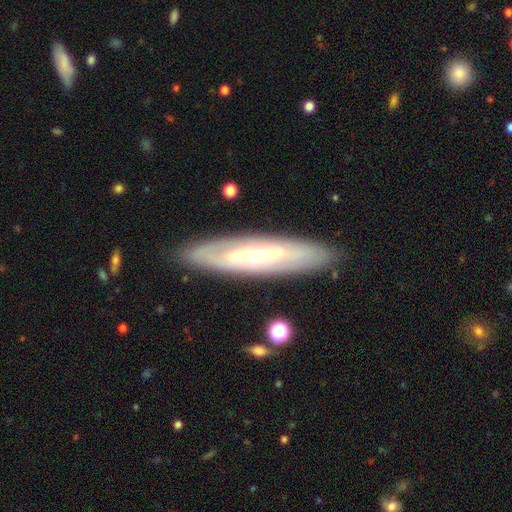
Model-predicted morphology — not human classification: The model was most divided on "edge-on disk": no: 63%, yes: 37%. More confident: merging — none (86%); smooth or featured — featured or disk (68%).